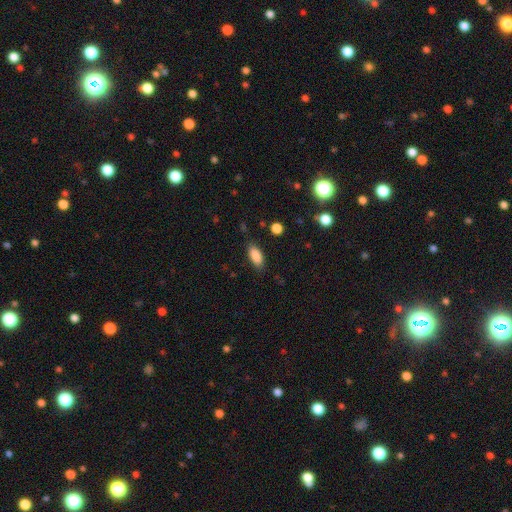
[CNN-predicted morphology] Smooth or featured?
  - smooth: 87% *
  - star or artifact: 8%
  - featured or disk: 5%
How rounded?
  - in between: 86% *
  - cigar-shaped: 11%
  - round: 3%
Merging?
  - none: 83% *
  - minor disturbance: 12%
  - major disturbance: 3%
  - merger: 1%